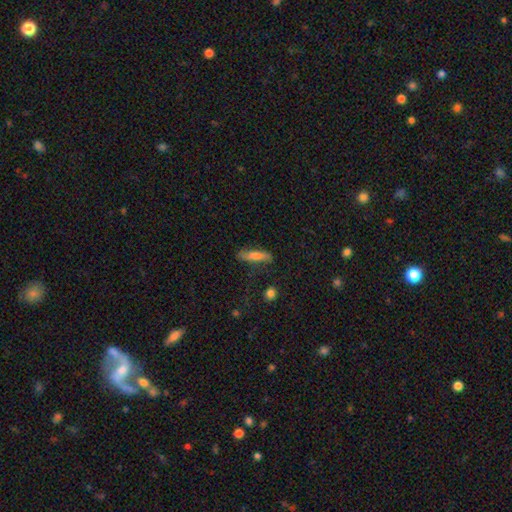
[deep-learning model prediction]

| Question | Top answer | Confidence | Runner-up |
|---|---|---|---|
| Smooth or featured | smooth | 70% | featured or disk (23%) |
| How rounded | cigar-shaped | 76% | in between (22%) |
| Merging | none | 77% | minor disturbance (17%) |